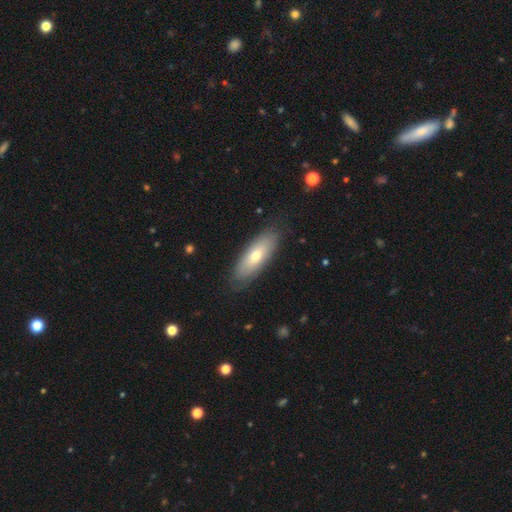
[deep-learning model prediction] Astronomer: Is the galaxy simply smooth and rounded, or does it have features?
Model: smooth — 62%.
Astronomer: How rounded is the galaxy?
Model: in between — 69%.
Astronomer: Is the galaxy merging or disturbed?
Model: none — 82%.